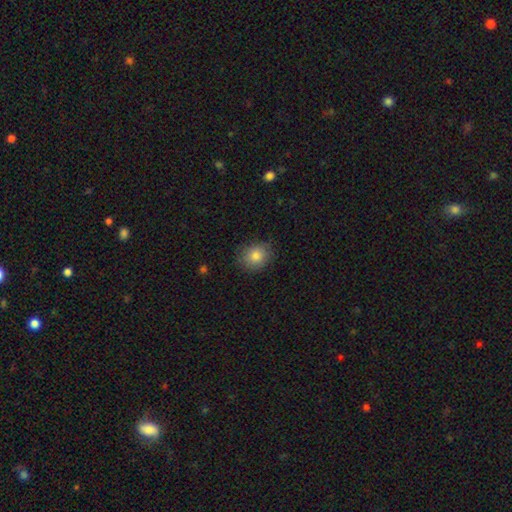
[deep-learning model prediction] smooth 83%, star or artifact 9%, featured or disk 8%. Down the decision tree: how rounded — round (62%); merging — none (81%).